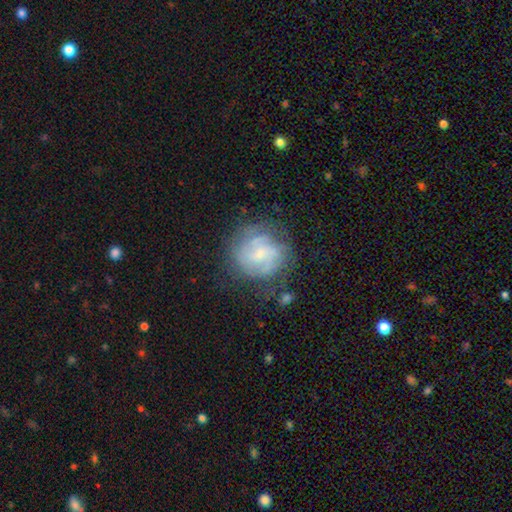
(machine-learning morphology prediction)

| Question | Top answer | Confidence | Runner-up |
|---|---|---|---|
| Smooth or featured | featured or disk | 65% | smooth (26%) |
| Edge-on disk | no | 98% | yes (2%) |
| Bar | no | 52% | weak (41%) |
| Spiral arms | yes | 81% | no (19%) |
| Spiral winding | tight | 45% | medium (40%) |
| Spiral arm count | can't tell | 42% | 2 (19%) |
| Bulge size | small | 55% | moderate (27%) |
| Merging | none | 63% | minor disturbance (20%) |